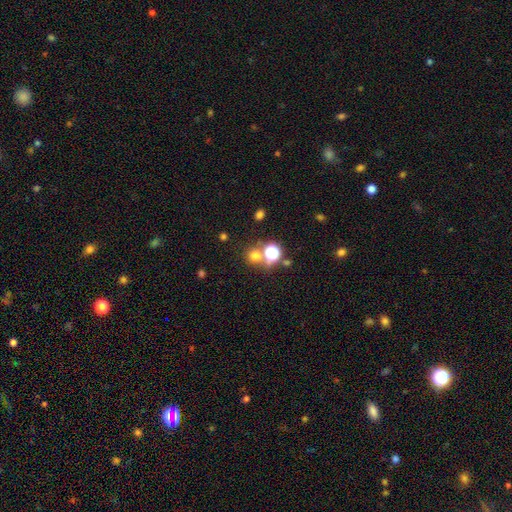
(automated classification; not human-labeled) A smooth galaxy with no disk features (64%) that is round (89%). Merging: none (67%).